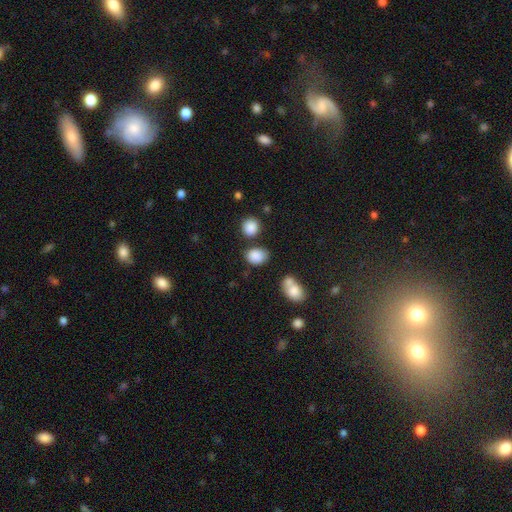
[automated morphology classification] Smooth or featured: smooth — 86% (star or artifact — 9%)
How rounded: in between — 63% (round — 36%)
Merging: none — 65% (minor disturbance — 16%)